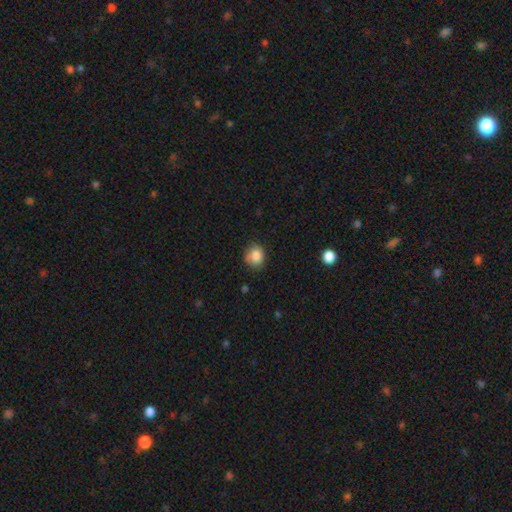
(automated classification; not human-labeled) Smooth or featured?
  - smooth: 84% *
  - star or artifact: 10%
  - featured or disk: 7%
How rounded?
  - round: 75% *
  - in between: 24%
  - cigar-shaped: 1%
Merging?
  - none: 70% *
  - minor disturbance: 22%
  - major disturbance: 4%
  - merger: 4%